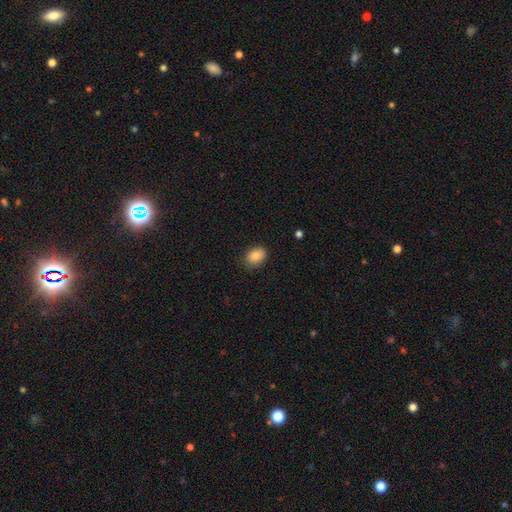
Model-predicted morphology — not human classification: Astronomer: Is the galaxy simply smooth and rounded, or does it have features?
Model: smooth — 86%.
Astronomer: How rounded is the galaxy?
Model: in between — 75%.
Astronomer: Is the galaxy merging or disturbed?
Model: none — 84%.